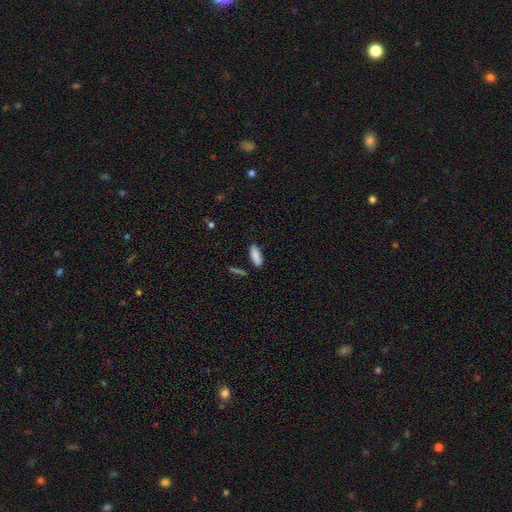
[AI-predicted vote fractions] Overall: smooth (88%). How rounded: in between (75%). Merging: none (84%).